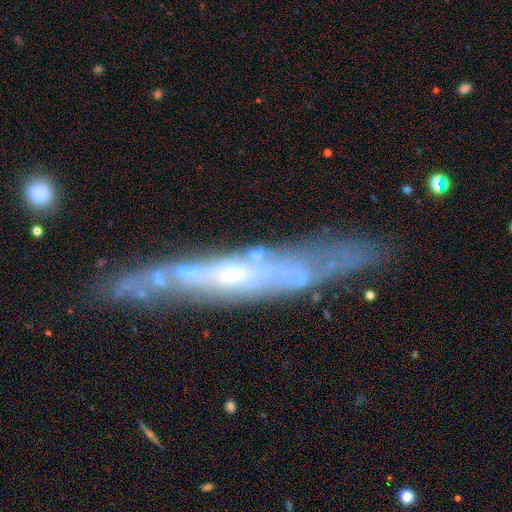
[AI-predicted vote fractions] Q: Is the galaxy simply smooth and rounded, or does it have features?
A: featured or disk — 51%.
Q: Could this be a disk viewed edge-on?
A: no — 56%.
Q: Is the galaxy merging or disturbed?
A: none — 63%.